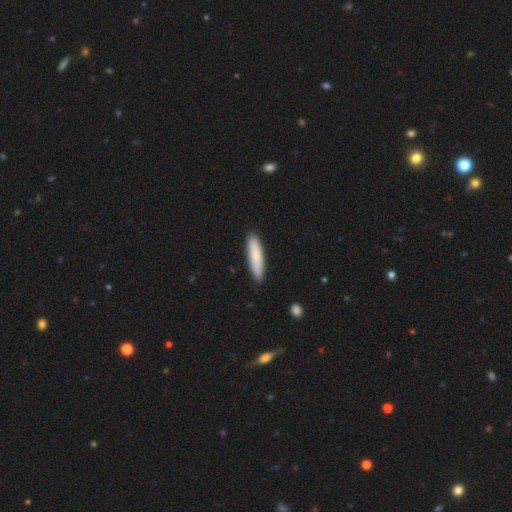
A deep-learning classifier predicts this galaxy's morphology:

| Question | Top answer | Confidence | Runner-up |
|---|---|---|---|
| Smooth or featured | smooth | 82% | featured or disk (12%) |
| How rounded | cigar-shaped | 82% | in between (17%) |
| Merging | none | 89% | minor disturbance (8%) |